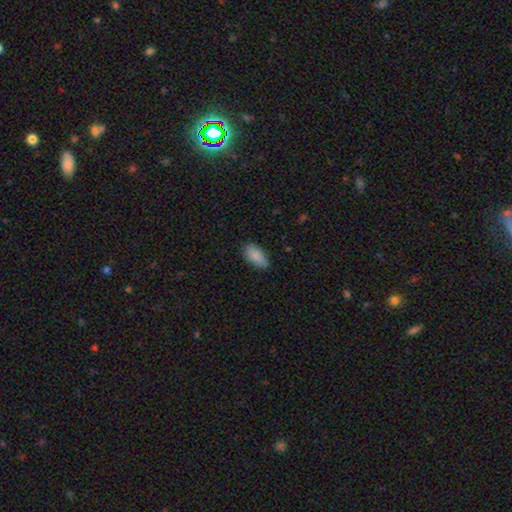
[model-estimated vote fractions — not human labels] Morphology: type=smooth (87%); roundness=in between (93%); merging=none (69%).